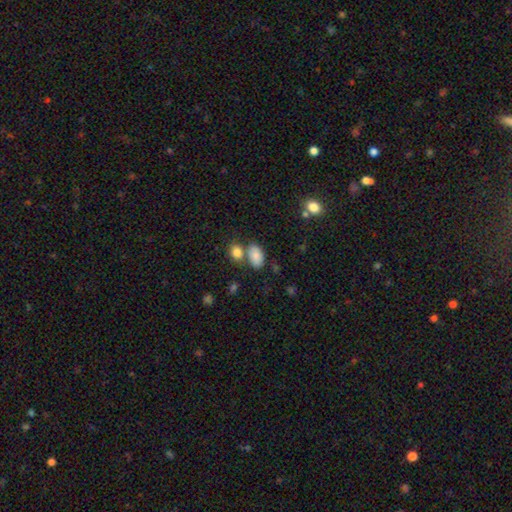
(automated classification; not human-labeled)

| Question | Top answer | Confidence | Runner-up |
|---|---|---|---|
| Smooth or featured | smooth | 84% | star or artifact (9%) |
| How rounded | in between | 91% | round (7%) |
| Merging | none | 57% | merger (25%) |